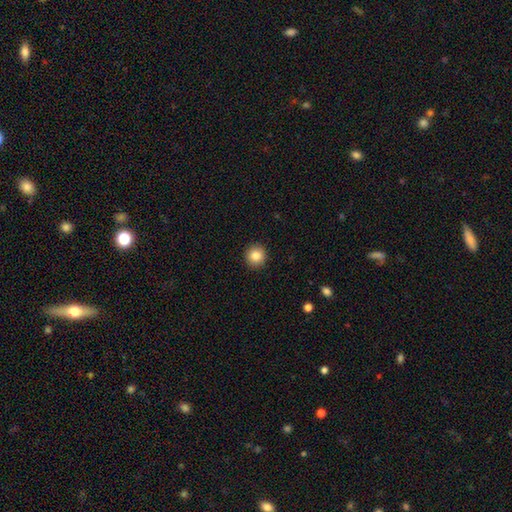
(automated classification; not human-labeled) Smooth or featured? smooth (84%)
How rounded? round (93%)
Merging? none (93%)